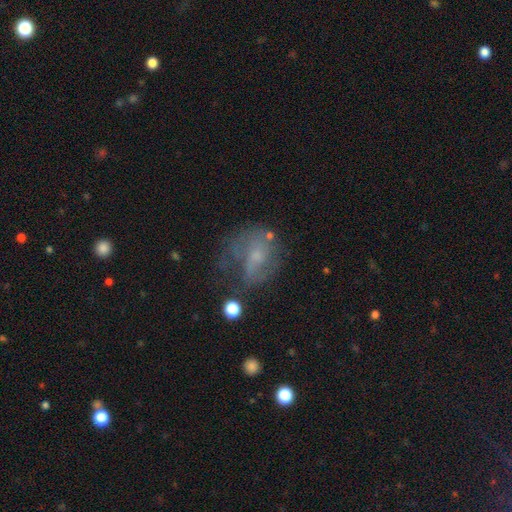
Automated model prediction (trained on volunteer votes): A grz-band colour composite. It shows a featured or disk galaxy (51%). Merging: none (42%).